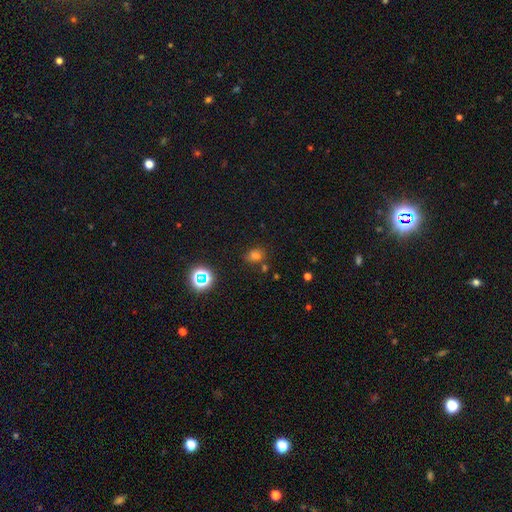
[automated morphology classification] The model was most divided on "how rounded": round: 52%, in between: 47%, cigar-shaped: 1%. More confident: merging — none (69%); smooth or featured — smooth (64%).